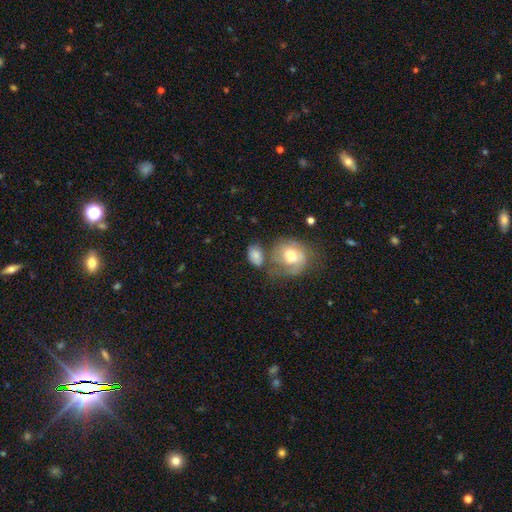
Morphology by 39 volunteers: type=smooth (87%); roundness=in between (85%); merging=minor disturbance (39%).